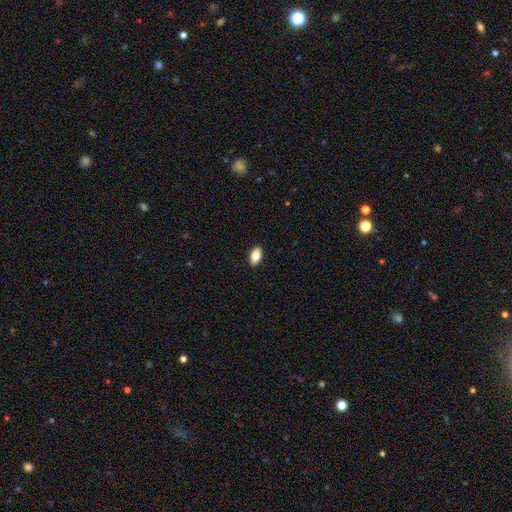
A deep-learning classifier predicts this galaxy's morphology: Smooth or featured?
  - smooth: 82% *
  - featured or disk: 10%
  - star or artifact: 7%
How rounded?
  - in between: 92% *
  - round: 6%
  - cigar-shaped: 3%
Merging?
  - none: 90% *
  - minor disturbance: 7%
  - major disturbance: 2%
  - merger: 1%